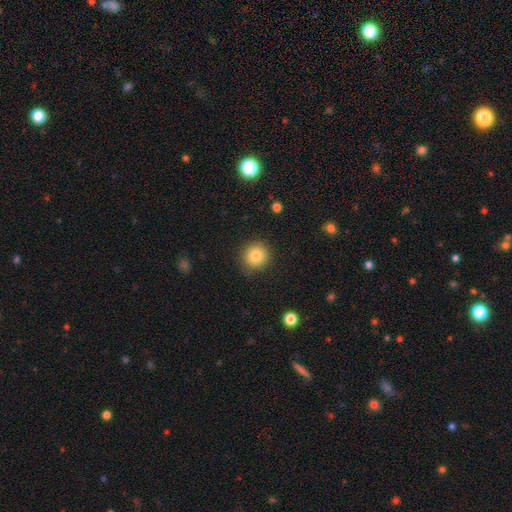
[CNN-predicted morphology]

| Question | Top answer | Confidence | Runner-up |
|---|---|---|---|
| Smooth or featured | smooth | 83% | star or artifact (10%) |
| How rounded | round | 90% | in between (9%) |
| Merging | none | 87% | minor disturbance (9%) |